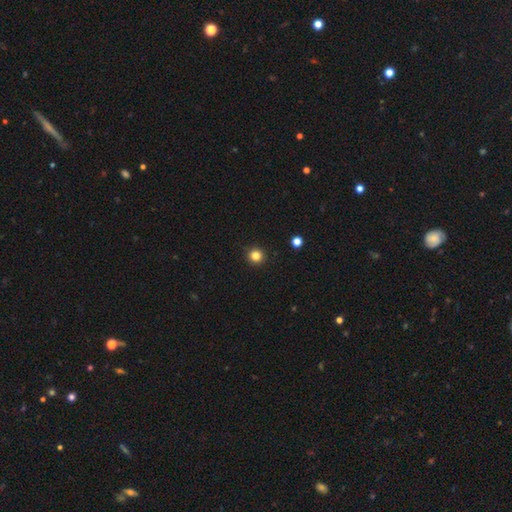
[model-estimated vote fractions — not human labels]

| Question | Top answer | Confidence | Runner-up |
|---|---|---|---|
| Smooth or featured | smooth | 83% | star or artifact (13%) |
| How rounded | round | 95% | in between (4%) |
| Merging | none | 93% | minor disturbance (4%) |